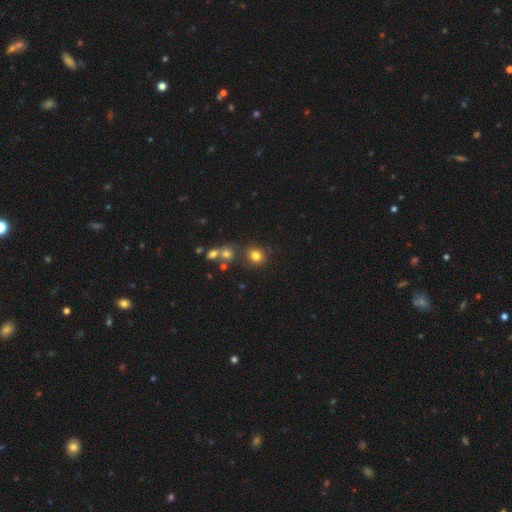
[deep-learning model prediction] This is likely a smooth galaxy (78%). How rounded: likely round (78%). Merging: likely none (71%).